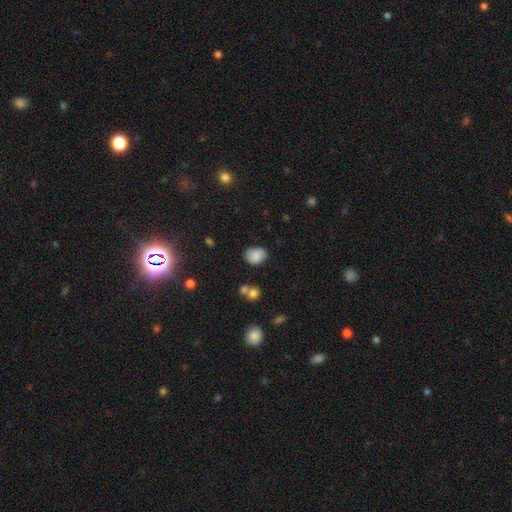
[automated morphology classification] Smooth or featured?
  - smooth: 82% *
  - star or artifact: 9%
  - featured or disk: 9%
How rounded?
  - in between: 58% *
  - round: 41%
  - cigar-shaped: 1%
Merging?
  - none: 70% *
  - minor disturbance: 21%
  - merger: 5%
  - major disturbance: 5%